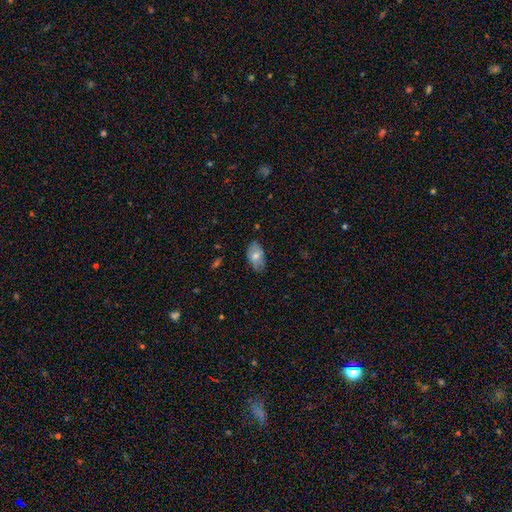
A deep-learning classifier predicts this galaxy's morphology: smooth_or_featured: smooth (p=0.70) [alt: featured or disk p=0.23]
how_rounded: in between (p=0.93) [alt: round p=0.05]
merging: none (p=0.74) [alt: minor disturbance p=0.21]